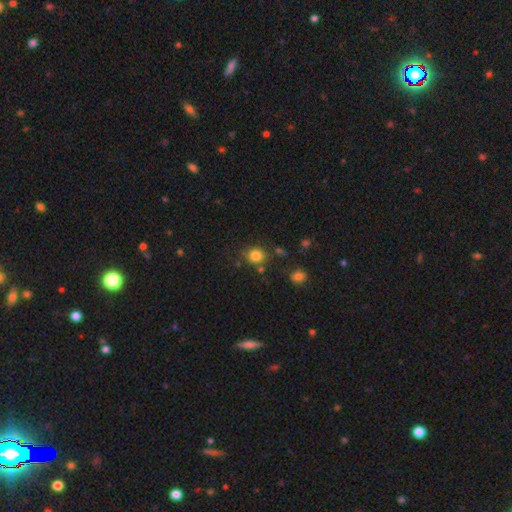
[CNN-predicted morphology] This is clearly a smooth galaxy (82%). How rounded: likely round (75%). Merging: likely none (77%).